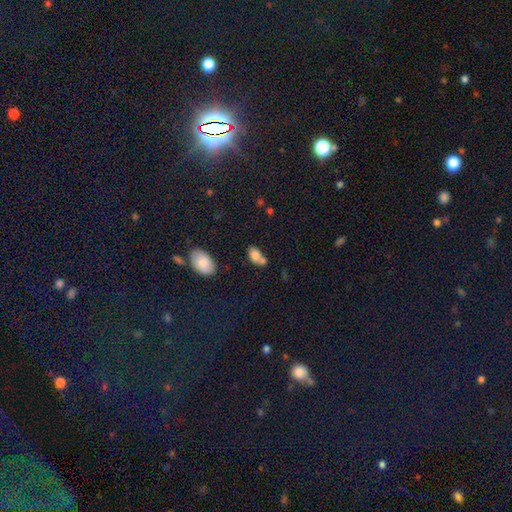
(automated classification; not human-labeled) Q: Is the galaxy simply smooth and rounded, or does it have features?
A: smooth — 79%.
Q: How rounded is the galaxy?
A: in between — 87%.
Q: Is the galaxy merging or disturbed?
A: merger — 46%.